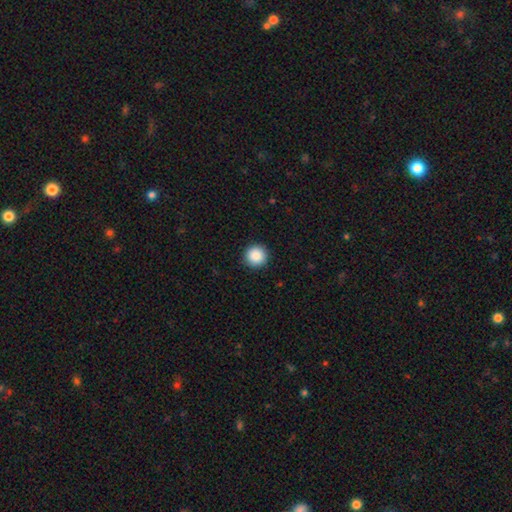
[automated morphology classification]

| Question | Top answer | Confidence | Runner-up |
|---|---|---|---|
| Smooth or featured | smooth | 89% | star or artifact (8%) |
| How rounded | round | 96% | in between (3%) |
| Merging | none | 93% | minor disturbance (5%) |